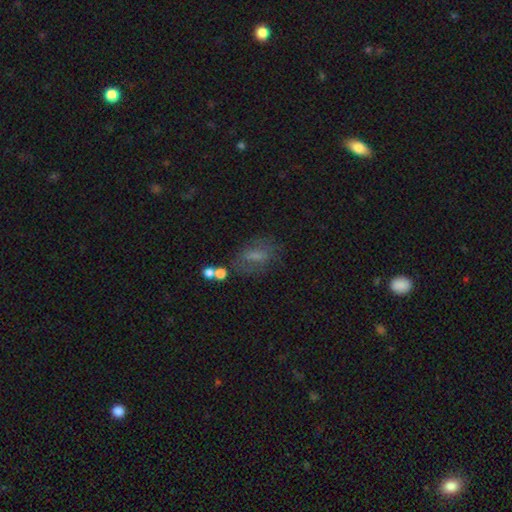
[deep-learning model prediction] smooth-or-featured: smooth: 53% | featured or disk: 30% | star or artifact: 17%
  how-rounded: in between: 71% | cigar-shaped: 15% | round: 14%
  merging: none: 57% | minor disturbance: 20% | major disturbance: 16% | merger: 7%